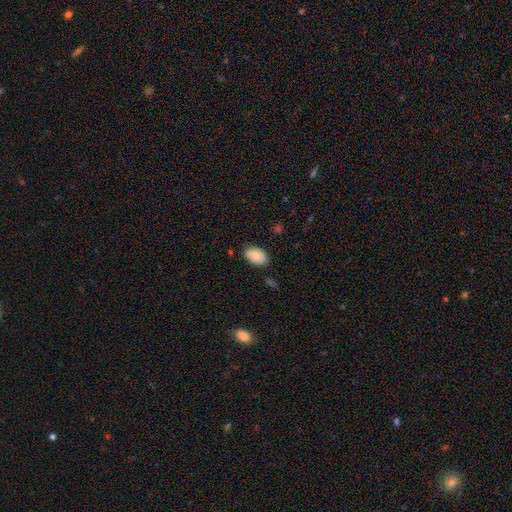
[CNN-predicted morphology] Smooth or featured?
  - smooth: 81% *
  - featured or disk: 12%
  - star or artifact: 7%
How rounded?
  - in between: 93% *
  - round: 6%
  - cigar-shaped: 1%
Merging?
  - none: 80% *
  - minor disturbance: 16%
  - major disturbance: 3%
  - merger: 2%